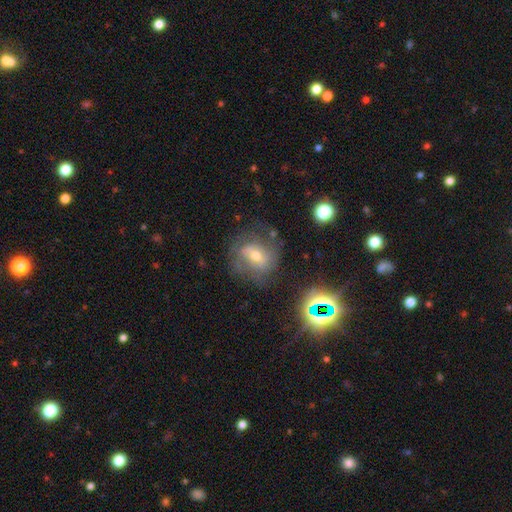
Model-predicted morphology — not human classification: Overall: featured or disk (55%; smooth 27%). Edge-on disk: no (94%). Bar: weak (38%; no 36%). Spiral arms: yes (70%). Bulge size: moderate (57%; small 37%). Merging: none (63%).